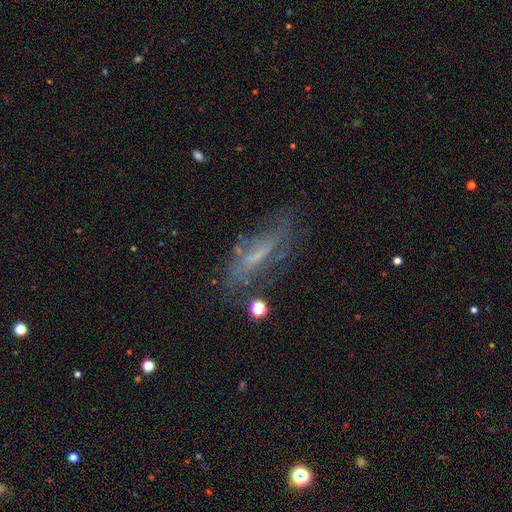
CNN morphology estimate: A featured or disk galaxy (56%). Merging: none (54%).